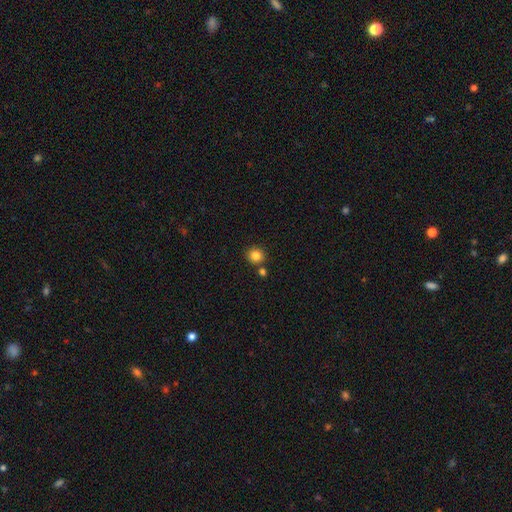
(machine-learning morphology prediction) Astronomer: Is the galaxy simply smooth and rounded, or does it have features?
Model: smooth — 83%.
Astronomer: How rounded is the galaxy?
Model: round — 90%.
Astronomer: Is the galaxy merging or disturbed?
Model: none — 80%.